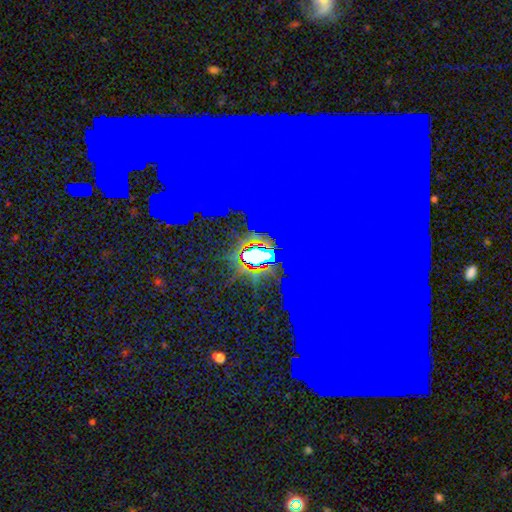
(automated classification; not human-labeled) This appears to be a star or artifact, not a galaxy (72%).